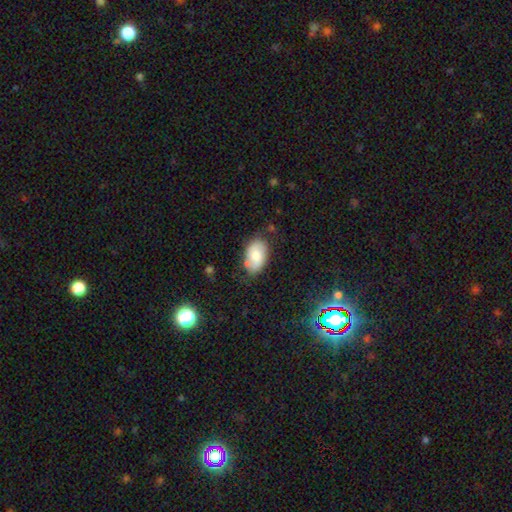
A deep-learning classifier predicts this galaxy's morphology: Q: Smooth or featured?
A: smooth (63%); runner-up: featured or disk (29%)
Q: How rounded?
A: in between (91%); runner-up: round (8%)
Q: Merging?
A: none (69%); runner-up: minor disturbance (21%)